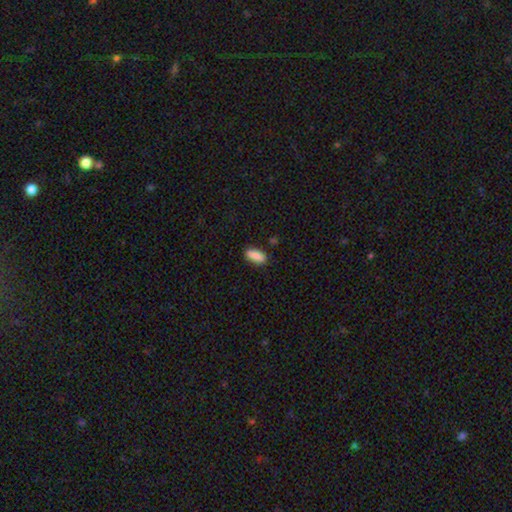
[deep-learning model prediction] Overall: smooth (86%). How rounded: in between (72%). Merging: none (84%).